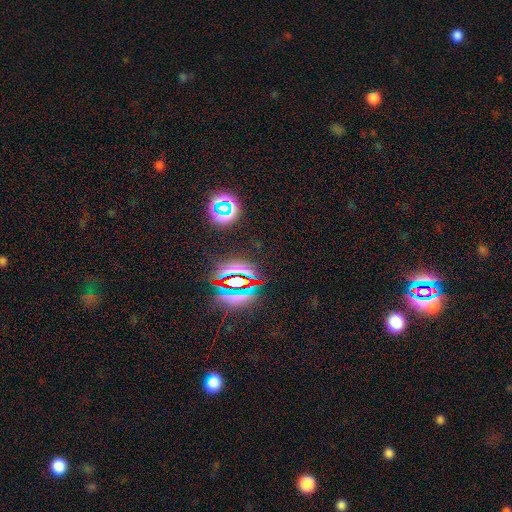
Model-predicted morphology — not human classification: smooth_or_featured: star or artifact (p=0.79) [alt: smooth p=0.14]